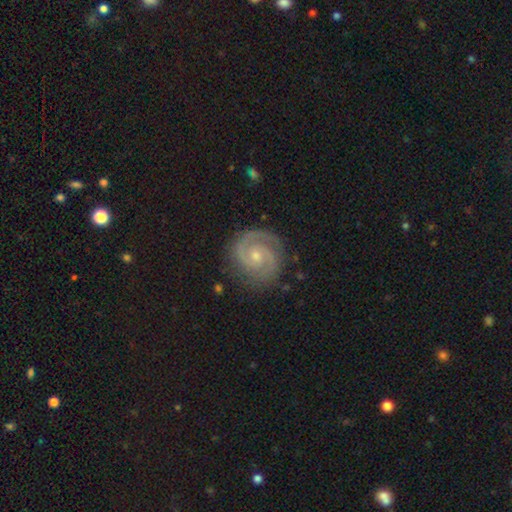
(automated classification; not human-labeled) Smooth or featured? Predicted: featured or disk (p=0.91). Edge-on disk? Predicted: no (p=0.98). Bar? Predicted: no (p=0.66). Spiral arms? Predicted: yes (p=0.98). Spiral winding? Predicted: tight (p=0.60). Spiral arm count? Predicted: 2 (p=0.88). Bulge size? Predicted: small (p=0.59). Merging? Predicted: none (p=0.83).